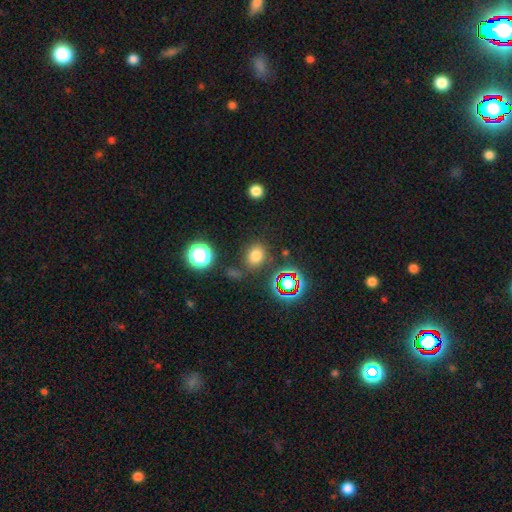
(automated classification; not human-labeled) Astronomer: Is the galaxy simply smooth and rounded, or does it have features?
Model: smooth — 72%.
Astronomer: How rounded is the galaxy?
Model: round — 55% (runner-up: in between, 43%).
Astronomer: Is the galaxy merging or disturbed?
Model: none — 79%.